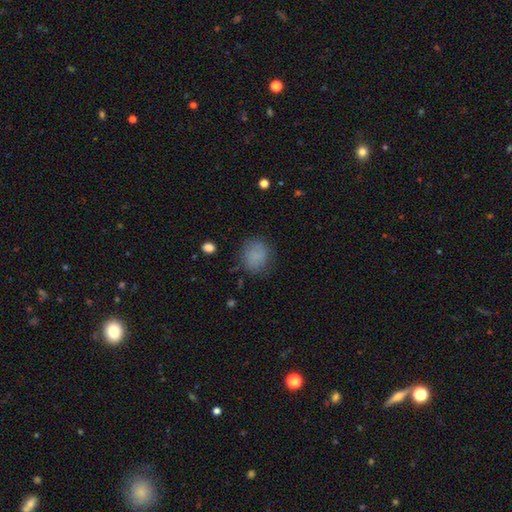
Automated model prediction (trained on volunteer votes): smooth 81%, star or artifact 10%, featured or disk 8%. Down the decision tree: how rounded — round (72%); merging — none (74%).